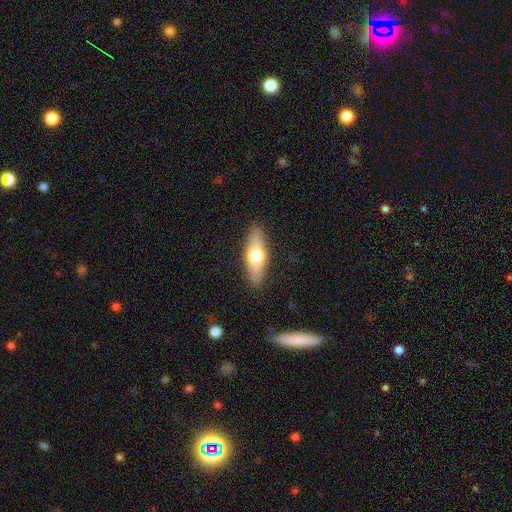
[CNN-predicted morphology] A smooth galaxy with no disk features (59%) that is in between round and cigar-shaped (51%).

Vote fractions:
- Smooth or featured? smooth: 59% / featured or disk: 35% / star or artifact: 6%
- How rounded? in between: 51% / cigar-shaped: 46% / round: 3%
- Merging? none: 88% / minor disturbance: 9% / major disturbance: 2% / merger: 1%